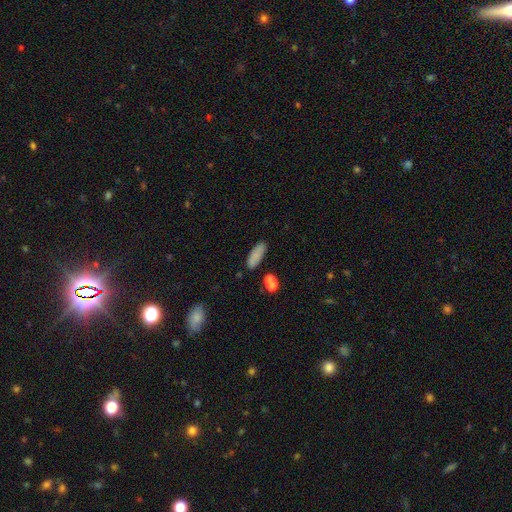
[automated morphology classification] This appears to be a smooth galaxy with no disk features (82%) that is in between round and cigar-shaped (68%). Merging: none (78%).